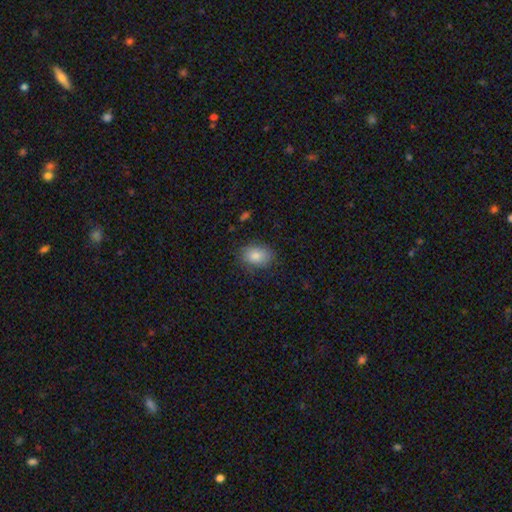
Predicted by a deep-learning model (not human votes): smooth-or-featured: smooth: 83% | star or artifact: 9% | featured or disk: 8%
  how-rounded: in between: 75% | round: 24% | cigar-shaped: 1%
  merging: none: 82% | minor disturbance: 14% | major disturbance: 3% | merger: 1%